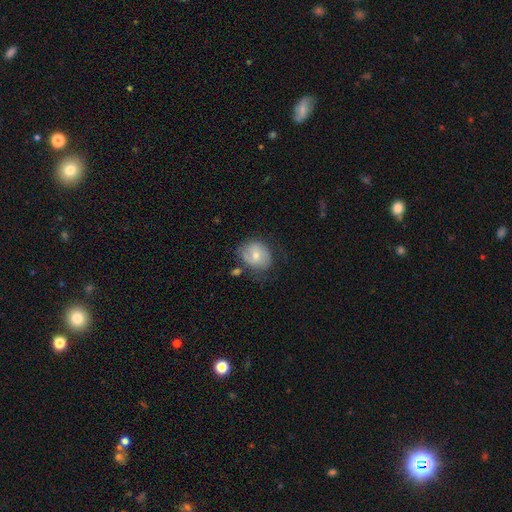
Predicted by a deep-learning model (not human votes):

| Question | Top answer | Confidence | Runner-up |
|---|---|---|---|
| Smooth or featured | smooth | 60% | featured or disk (32%) |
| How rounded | round | 64% | in between (35%) |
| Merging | none | 57% | minor disturbance (26%) |